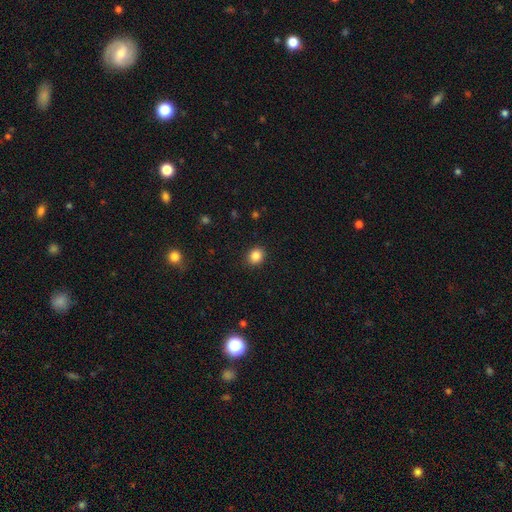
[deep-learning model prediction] Smooth or featured: smooth — 85% (star or artifact — 10%)
How rounded: round — 74% (in between — 25%)
Merging: none — 91% (minor disturbance — 6%)